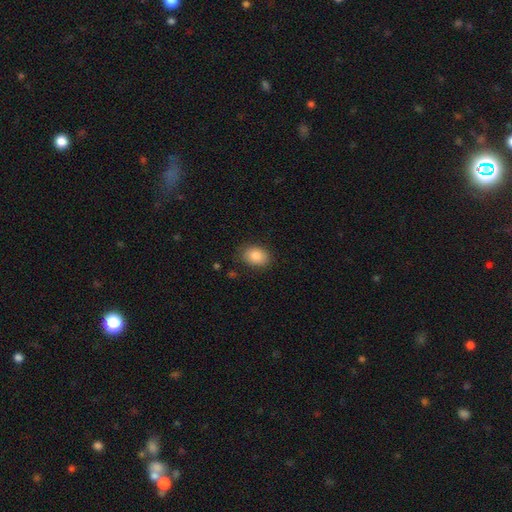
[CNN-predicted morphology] smooth_or_featured: smooth (p=0.86) [alt: star or artifact p=0.08]
how_rounded: in between (p=0.72) [alt: round p=0.27]
merging: none (p=0.82) [alt: minor disturbance p=0.13]